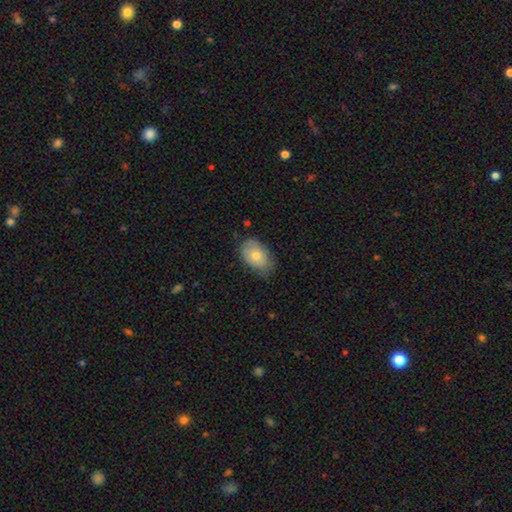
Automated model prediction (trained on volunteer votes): smooth 73%, featured or disk 20%, star or artifact 7%. Down the decision tree: how rounded — in between (87%); merging — none (68%).